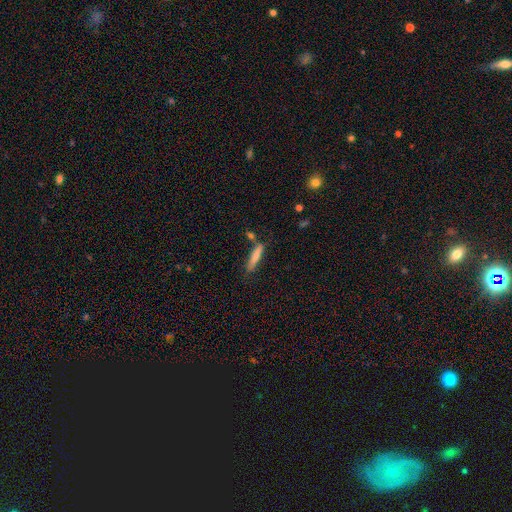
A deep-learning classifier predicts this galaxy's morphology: Overall: smooth (74%). How rounded: cigar-shaped (87%). Merging: none (70%).